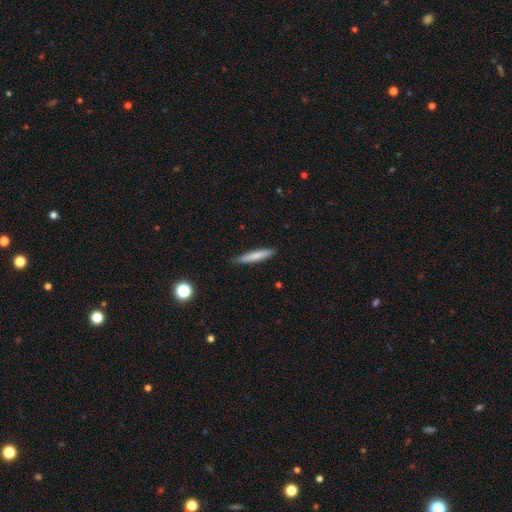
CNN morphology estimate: This is likely a smooth galaxy (75%). How rounded: clearly cigar-shaped (93%). Merging: clearly none (88%).